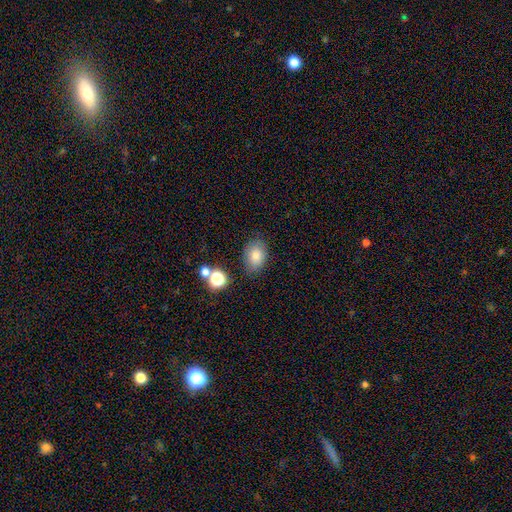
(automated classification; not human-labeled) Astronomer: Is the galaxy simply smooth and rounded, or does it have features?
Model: smooth — 81%.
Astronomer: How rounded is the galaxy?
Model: in between — 80%.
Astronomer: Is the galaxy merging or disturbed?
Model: none — 77%.